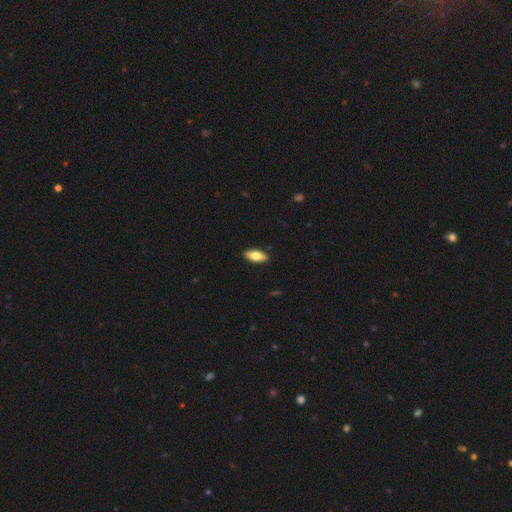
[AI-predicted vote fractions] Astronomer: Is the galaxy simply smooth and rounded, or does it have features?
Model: smooth — 77%.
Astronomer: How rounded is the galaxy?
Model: in between — 85%.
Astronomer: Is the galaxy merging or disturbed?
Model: none — 90%.